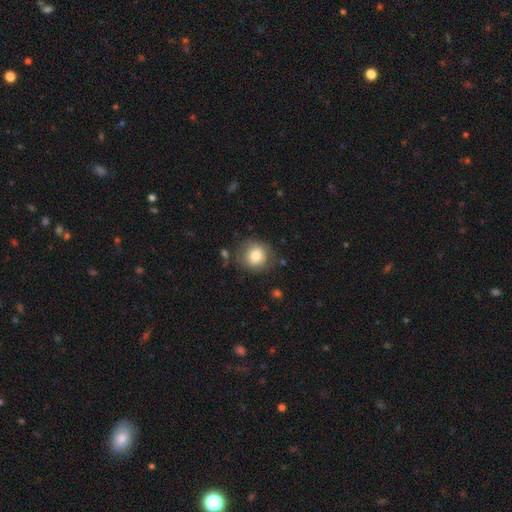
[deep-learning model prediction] Smooth or featured? smooth (78%)
How rounded? round (84%)
Merging? none (76%)